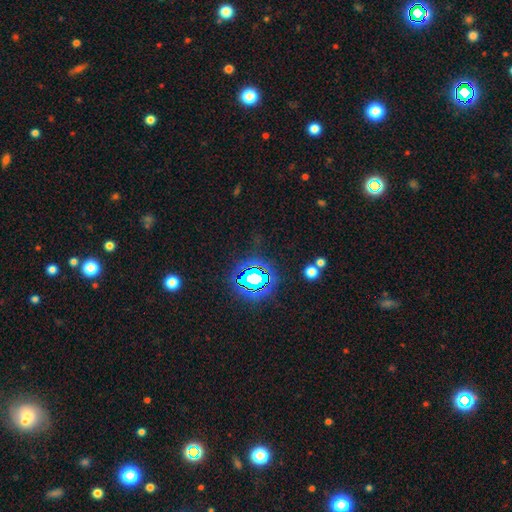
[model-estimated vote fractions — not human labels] Q: Smooth or featured?
A: star or artifact (79%); runner-up: smooth (14%)